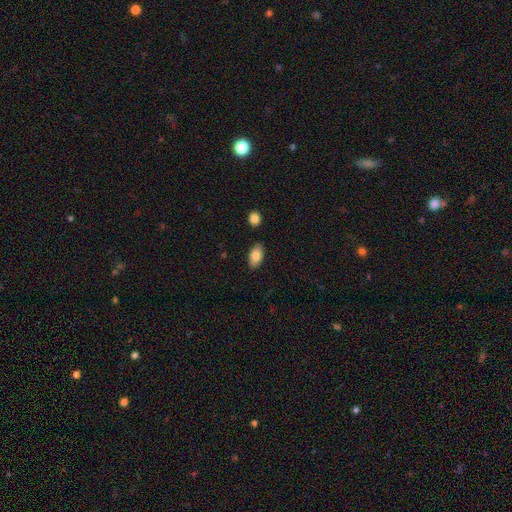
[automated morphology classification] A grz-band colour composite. It shows a smooth galaxy with no disk features (82%) that is in between round and cigar-shaped (93%). Merging: none (86%).